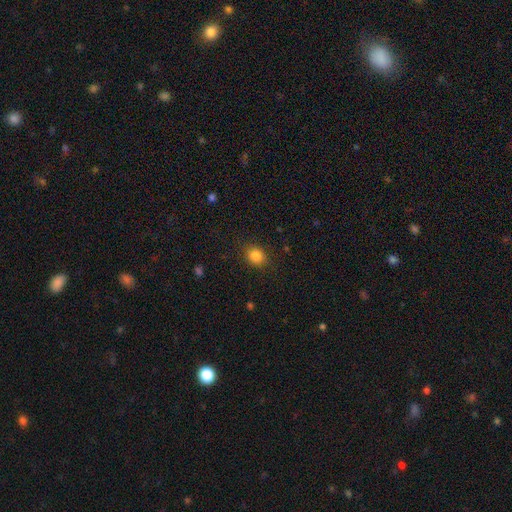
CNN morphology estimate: Q: Smooth or featured?
A: smooth (85%); runner-up: star or artifact (10%)
Q: How rounded?
A: round (68%); runner-up: in between (31%)
Q: Merging?
A: none (87%); runner-up: minor disturbance (9%)